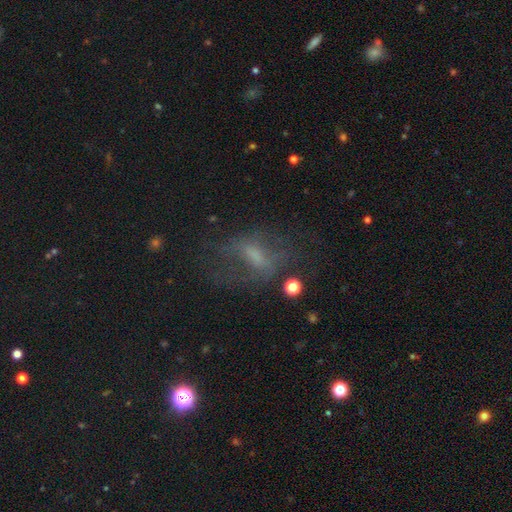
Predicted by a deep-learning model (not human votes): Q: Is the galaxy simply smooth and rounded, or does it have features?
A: featured or disk — 43%.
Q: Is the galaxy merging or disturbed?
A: none — 45%.